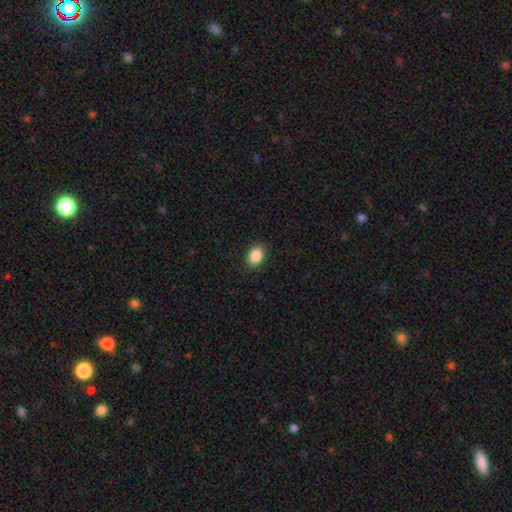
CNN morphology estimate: Smooth or featured? smooth (88%)
How rounded? in between (75%)
Merging? none (88%)